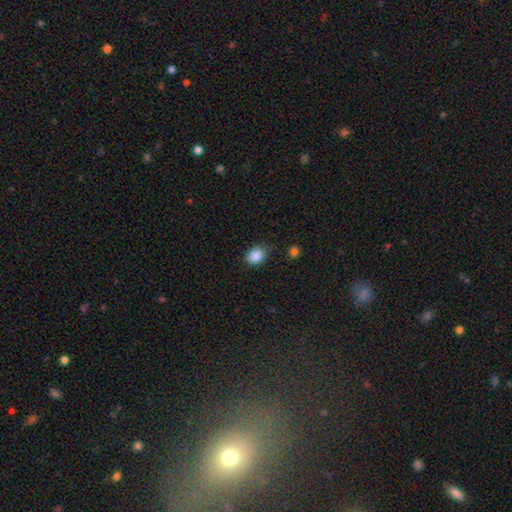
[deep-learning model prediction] Overall: smooth (87%). How rounded: in between (62%; round 37%). Merging: none (75%).